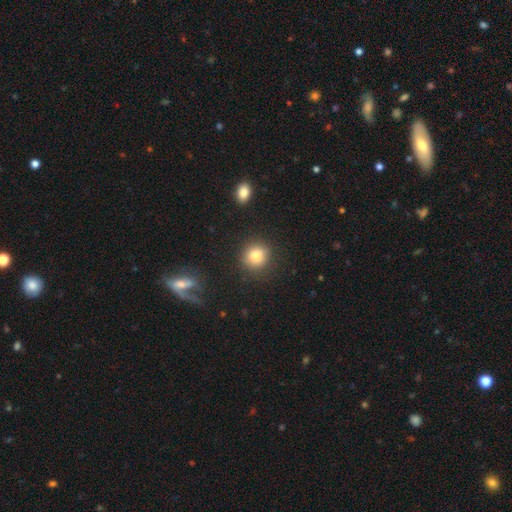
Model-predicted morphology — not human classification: type=smooth (80%); roundness=round (85%); merging=none (84%).